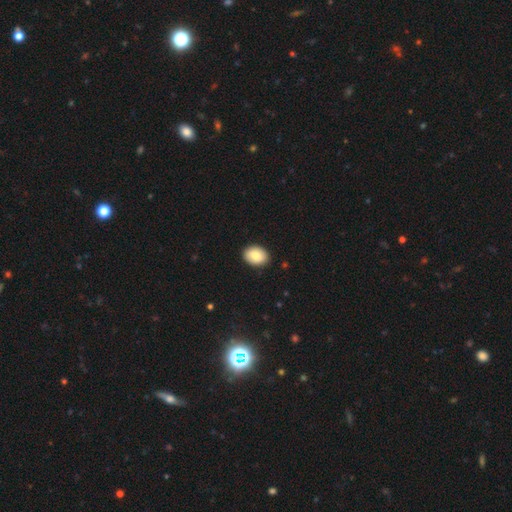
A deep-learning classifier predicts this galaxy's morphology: type=smooth (81%); roundness=in between (74%); merging=none (89%).